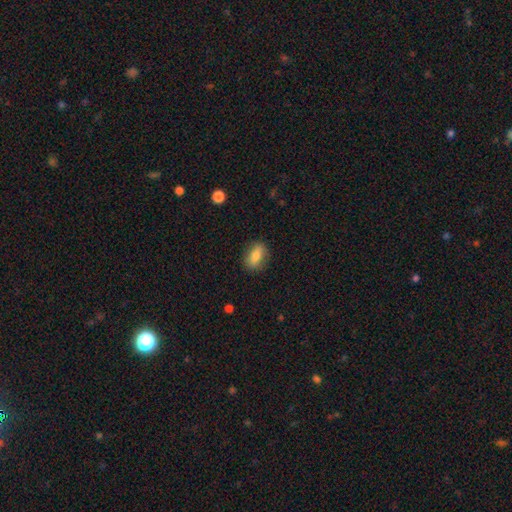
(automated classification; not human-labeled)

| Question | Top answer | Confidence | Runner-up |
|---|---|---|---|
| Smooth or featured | smooth | 78% | featured or disk (14%) |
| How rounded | in between | 81% | round (12%) |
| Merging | none | 84% | minor disturbance (12%) |